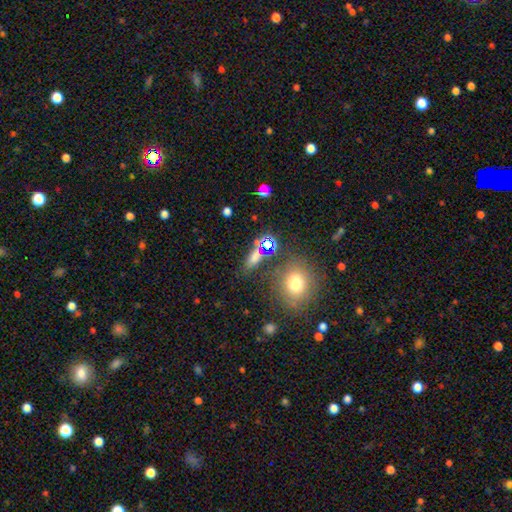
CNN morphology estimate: Smooth or featured: smooth — 57% (star or artifact — 31%)
How rounded: in between — 51% (round — 25%)
Merging: none — 72% (minor disturbance — 12%)